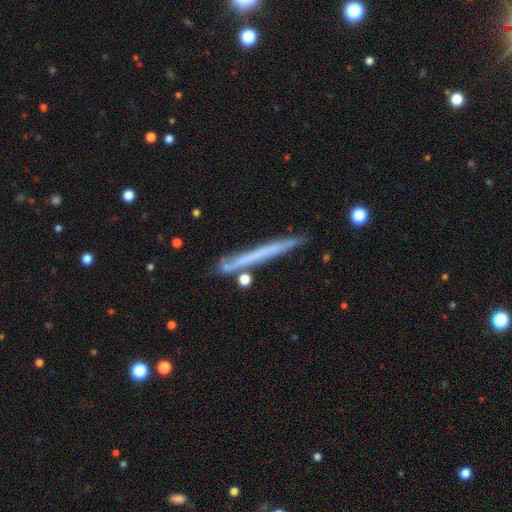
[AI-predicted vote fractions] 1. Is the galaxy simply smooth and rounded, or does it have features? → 47% smooth, 45% featured or disk, 8% star or artifact.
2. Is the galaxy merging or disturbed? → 84% none, 10% minor disturbance, 4% merger, 2% major disturbance.